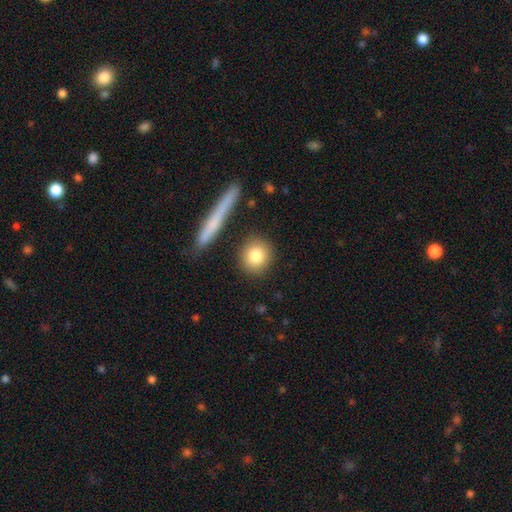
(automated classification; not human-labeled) Q: Smooth or featured?
A: smooth (82%); runner-up: featured or disk (10%)
Q: How rounded?
A: round (85%); runner-up: in between (12%)
Q: Merging?
A: none (87%); runner-up: minor disturbance (7%)